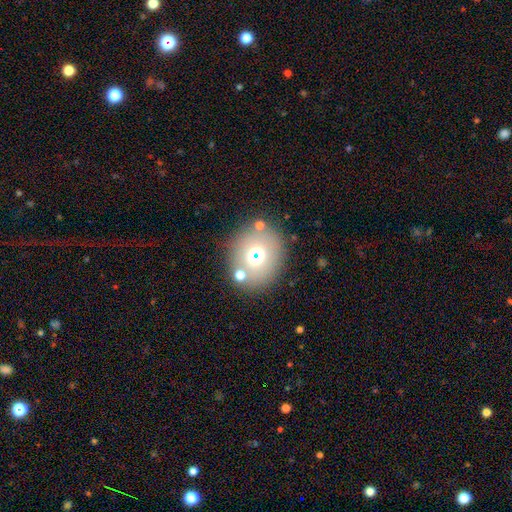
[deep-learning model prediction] Overall: smooth (59%; star or artifact 21%). How rounded: round (70%). Merging: none (74%).